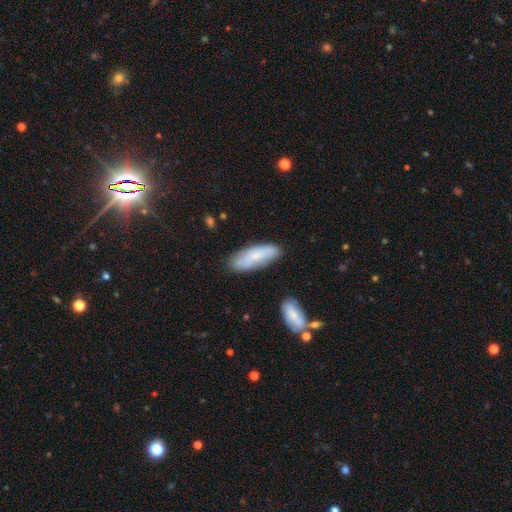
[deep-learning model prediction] Smooth or featured? smooth (66%)
How rounded? in between (62%)
Merging? none (72%)